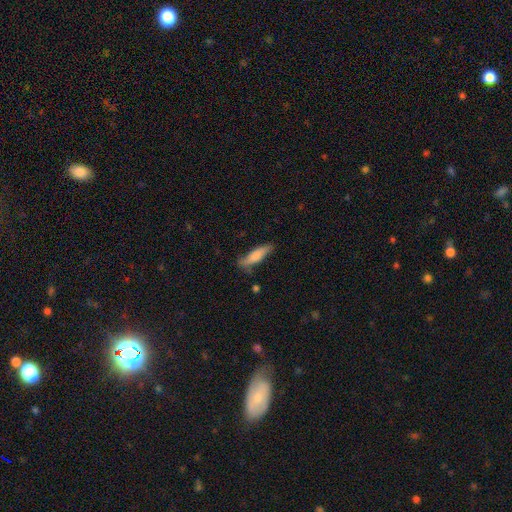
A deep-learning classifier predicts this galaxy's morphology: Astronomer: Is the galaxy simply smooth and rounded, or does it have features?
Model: smooth — 69%.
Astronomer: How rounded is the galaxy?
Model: cigar-shaped — 67%.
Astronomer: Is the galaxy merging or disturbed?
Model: none — 70%.